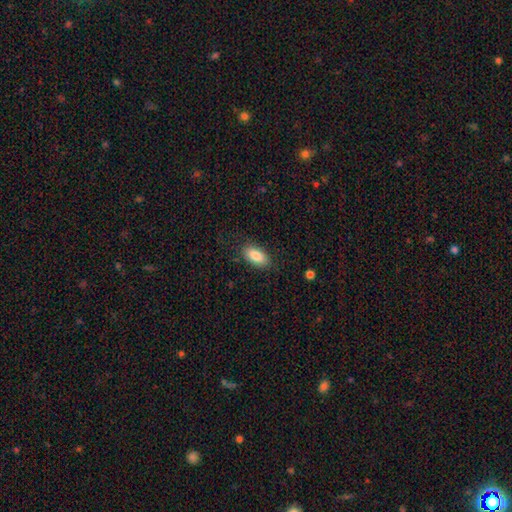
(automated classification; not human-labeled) smooth_or_featured: smooth (p=0.85) [alt: featured or disk p=0.08]
how_rounded: in between (p=0.90) [alt: cigar-shaped p=0.07]
merging: none (p=0.84) [alt: minor disturbance p=0.12]